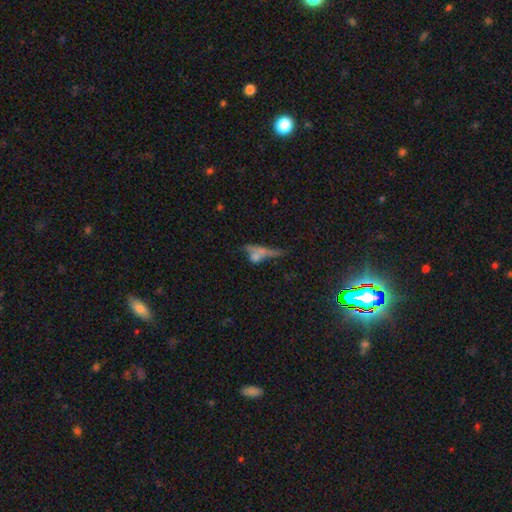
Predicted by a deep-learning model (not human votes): Smooth or featured? Predicted: smooth (p=0.46). Merging? Predicted: merger (p=0.39).